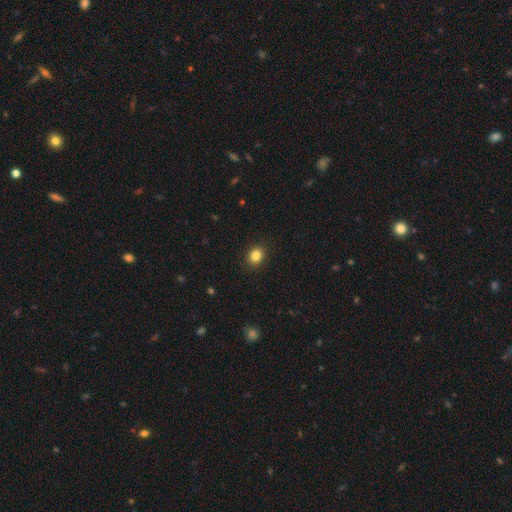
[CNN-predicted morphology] Q: Smooth or featured?
A: smooth (84%); runner-up: star or artifact (11%)
Q: How rounded?
A: round (68%); runner-up: in between (31%)
Q: Merging?
A: none (90%); runner-up: minor disturbance (7%)